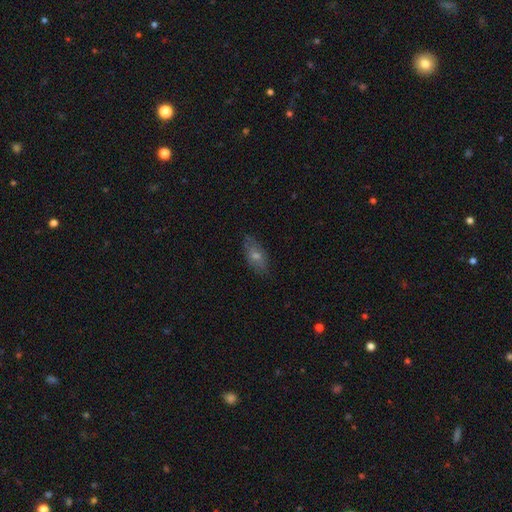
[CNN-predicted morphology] Q: Smooth or featured?
A: smooth (53%); runner-up: featured or disk (35%)
Q: How rounded?
A: in between (76%); runner-up: cigar-shaped (19%)
Q: Merging?
A: none (82%); runner-up: minor disturbance (14%)